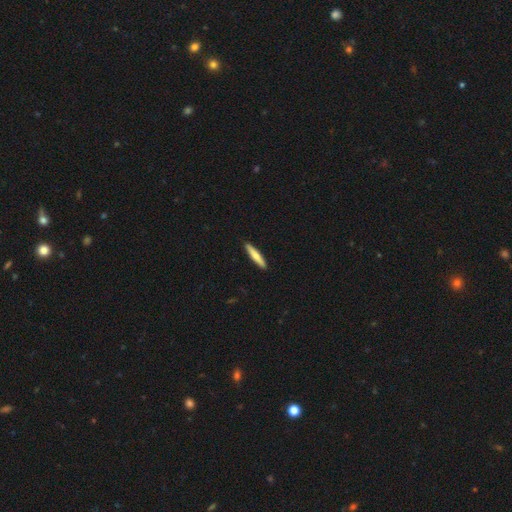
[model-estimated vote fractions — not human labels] A smooth galaxy with no disk features (68%) that is cigar-shaped (90%). Merging: none (92%).